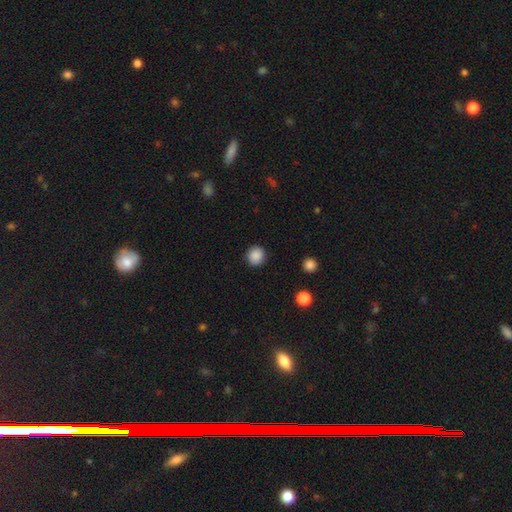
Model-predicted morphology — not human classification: smooth 88%, star or artifact 9%, featured or disk 3%. Down the decision tree: how rounded — round (91%); merging — none (90%).